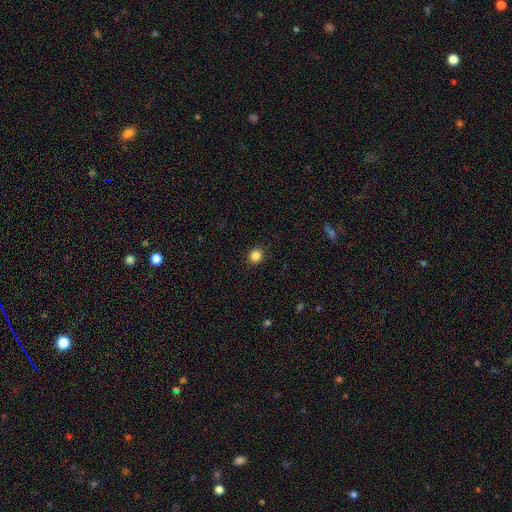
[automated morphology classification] type=smooth (85%); roundness=round (90%); merging=none (92%).